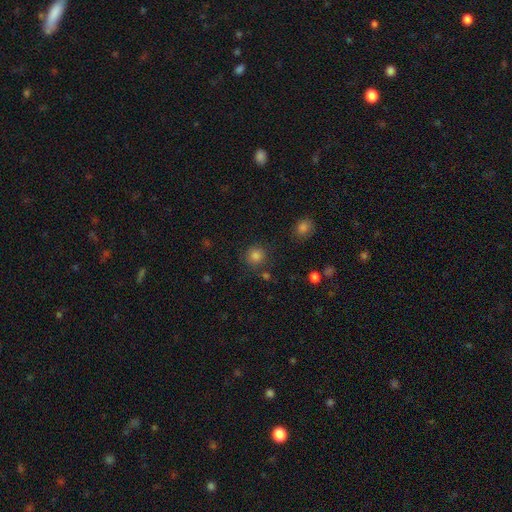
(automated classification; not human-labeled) The model was most divided on "smooth or featured": smooth: 82%, star or artifact: 14%, featured or disk: 4%. More confident: how rounded — round (92%); merging — none (82%).